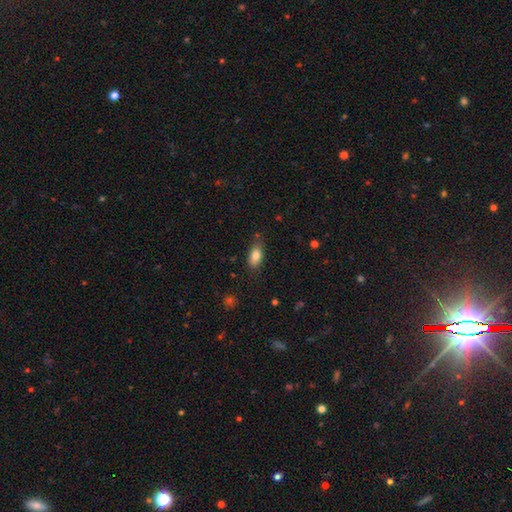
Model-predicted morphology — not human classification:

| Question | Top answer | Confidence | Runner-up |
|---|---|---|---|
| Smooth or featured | smooth | 82% | featured or disk (10%) |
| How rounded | in between | 86% | cigar-shaped (9%) |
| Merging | none | 76% | minor disturbance (19%) |